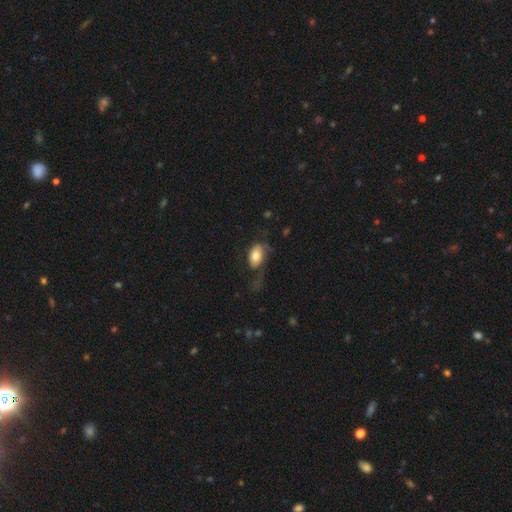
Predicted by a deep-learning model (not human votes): smooth-or-featured: smooth: 67% | featured or disk: 26% | star or artifact: 7%
  how-rounded: in between: 89% | round: 9% | cigar-shaped: 2%
  merging: major disturbance: 44% | none: 31% | minor disturbance: 23% | merger: 3%